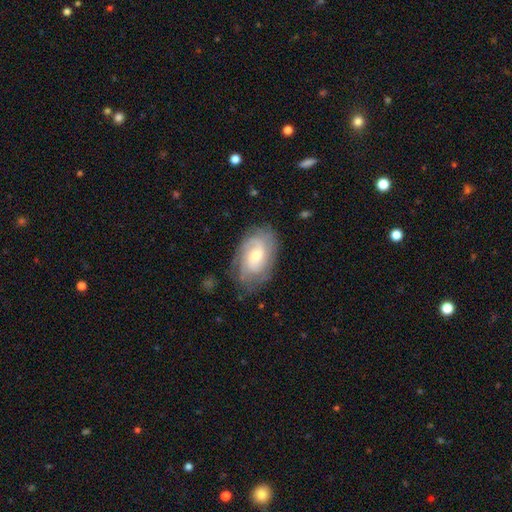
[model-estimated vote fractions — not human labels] A featured or disk galaxy (68%) with no bar (58%), tight (50%) spiral arms (89%) and a moderate central bulge (53%).

Vote fractions:
- Smooth or featured? featured or disk: 68% / smooth: 25% / star or artifact: 7%
- Edge-on disk? no: 95% / yes: 5%
- Bar? no: 58% / weak: 36% / strong: 6%
- Spiral arms? yes: 89% / no: 11%
- Spiral winding? tight: 50% / medium: 36% / loose: 13%
- Spiral arm count? can't tell: 40% / 2: 32% / 3: 14% / 4: 5% / 1: 5% / more than 4: 3%
- Bulge size? moderate: 53% / small: 37% / large: 7% / none: 2% / dominant: 1%
- Merging? none: 72% / minor disturbance: 20% / major disturbance: 7% / merger: 1%